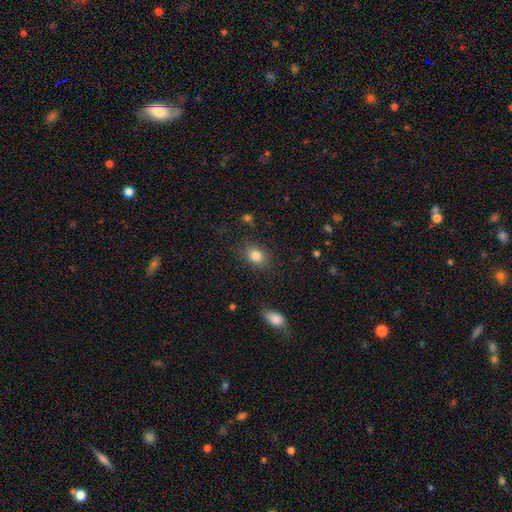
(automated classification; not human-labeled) The model was most divided on "how rounded": in between: 58%, round: 41%, cigar-shaped: 1%. More confident: smooth or featured — smooth (82%); merging — none (82%).